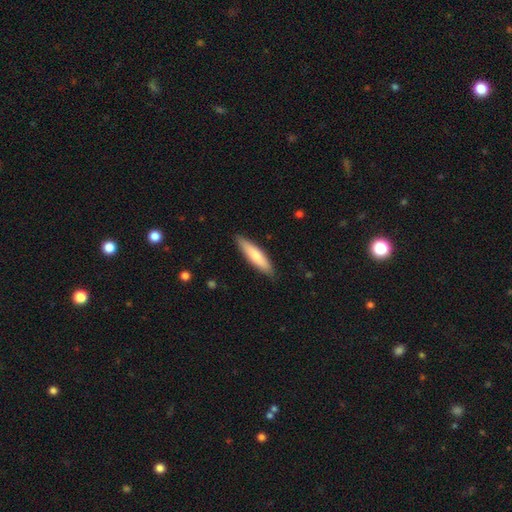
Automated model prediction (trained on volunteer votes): This is likely a smooth galaxy (74%). How rounded: likely cigar-shaped (77%). Merging: clearly none (88%).